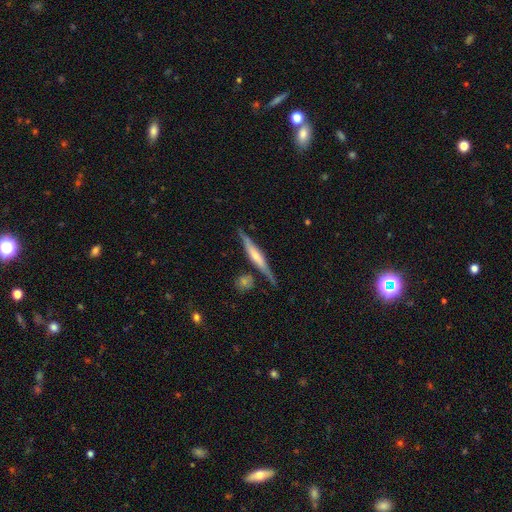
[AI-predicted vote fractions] smooth_or_featured: featured or disk (p=0.70) [alt: smooth p=0.24]
disk_edge_on: yes (p=0.95) [alt: no p=0.05]
edge_on_bulge: rounded (p=0.61) [alt: boxy p=0.21]
merging: none (p=0.77) [alt: minor disturbance p=0.14]